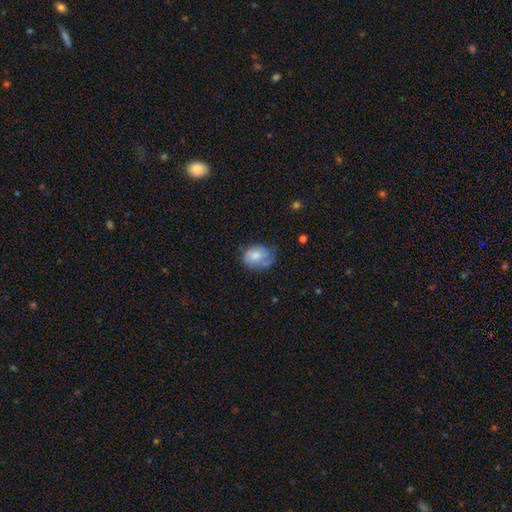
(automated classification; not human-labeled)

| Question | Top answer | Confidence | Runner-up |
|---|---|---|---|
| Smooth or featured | smooth | 71% | featured or disk (22%) |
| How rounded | in between | 58% | round (41%) |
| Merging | none | 52% | minor disturbance (33%) |